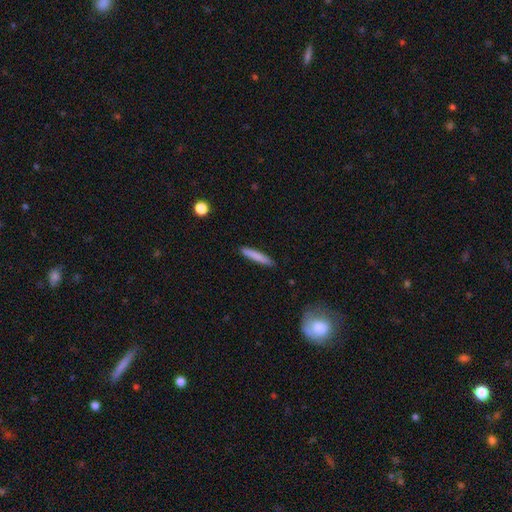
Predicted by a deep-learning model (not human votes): Smooth or featured: smooth — 81% (featured or disk — 13%)
How rounded: cigar-shaped — 93% (in between — 5%)
Merging: none — 89% (minor disturbance — 8%)